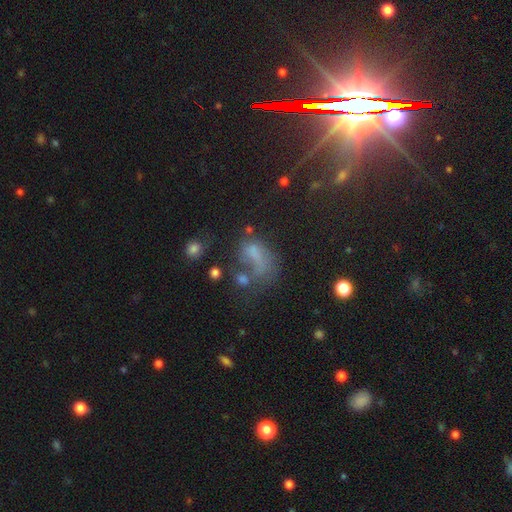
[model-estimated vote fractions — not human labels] Overall: smooth (44%; featured or disk 28%). Merging: major disturbance (37%; none 27%).